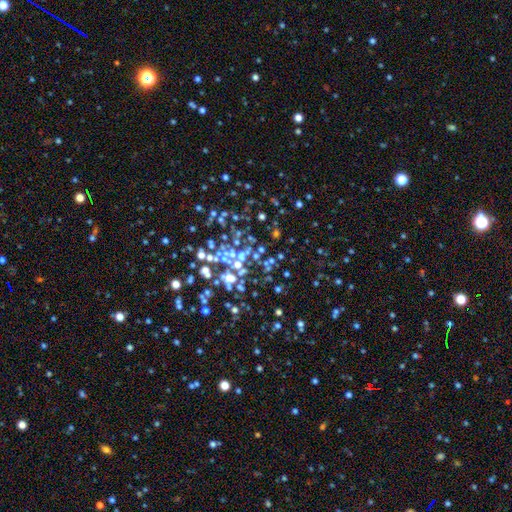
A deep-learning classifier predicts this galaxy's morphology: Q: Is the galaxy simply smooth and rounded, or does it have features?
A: star or artifact — 83%.